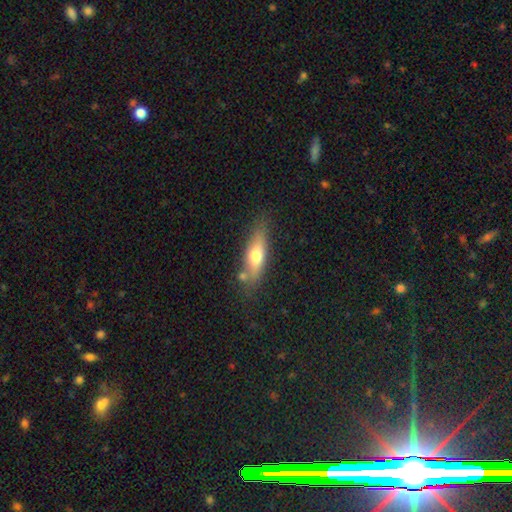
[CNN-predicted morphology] Q: Smooth or featured?
A: smooth (61%); runner-up: featured or disk (32%)
Q: How rounded?
A: in between (49%); runner-up: cigar-shaped (47%)
Q: Merging?
A: none (70%); runner-up: minor disturbance (17%)